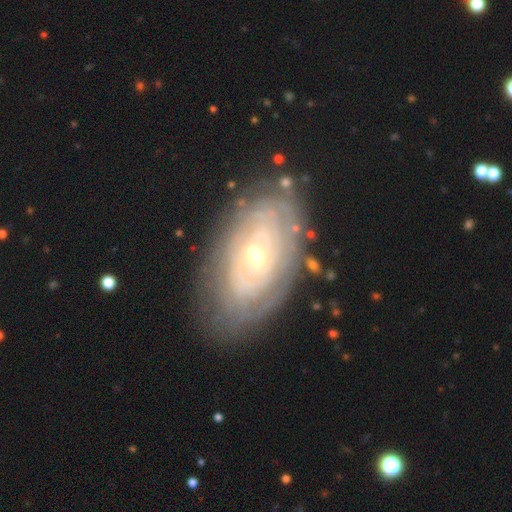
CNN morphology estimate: Smooth or featured?
  - featured or disk: 76% *
  - smooth: 18%
  - star or artifact: 6%
Edge-on disk?
  - no: 93% *
  - yes: 7%
Bar?
  - no: 69% *
  - weak: 23%
  - strong: 7%
Spiral arms?
  - yes: 70% *
  - no: 30%
Bulge size?
  - small: 50% *
  - moderate: 45%
  - large: 3%
  - none: 1%
  - dominant: 1%
Merging?
  - none: 77% *
  - minor disturbance: 15%
  - major disturbance: 6%
  - merger: 2%